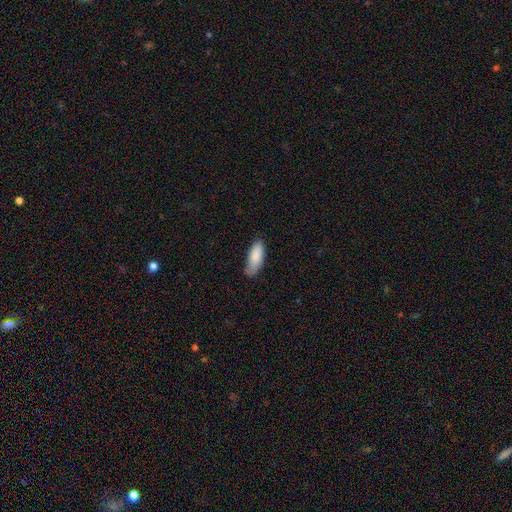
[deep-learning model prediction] Q: Smooth or featured?
A: smooth (85%); runner-up: featured or disk (9%)
Q: How rounded?
A: in between (81%); runner-up: cigar-shaped (17%)
Q: Merging?
A: none (61%); runner-up: minor disturbance (31%)